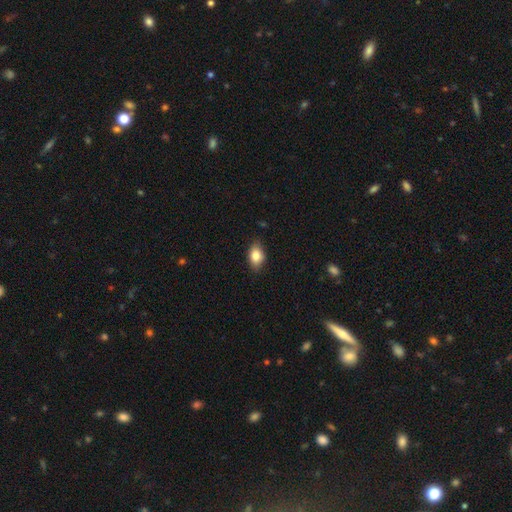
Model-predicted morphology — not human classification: Smooth or featured? smooth (81%)
How rounded? in between (82%)
Merging? none (81%)